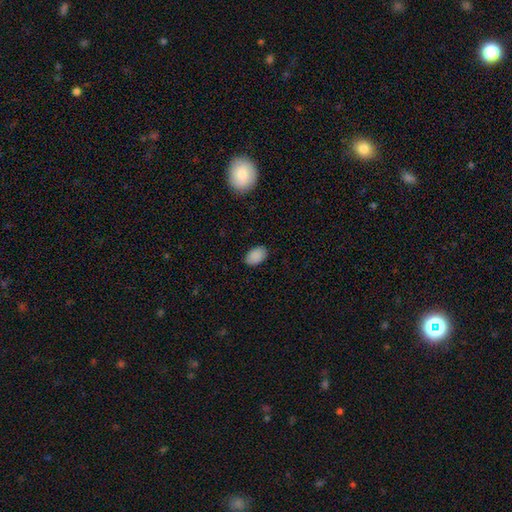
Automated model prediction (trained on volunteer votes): Overall: smooth (89%). How rounded: in between (88%). Merging: none (86%).